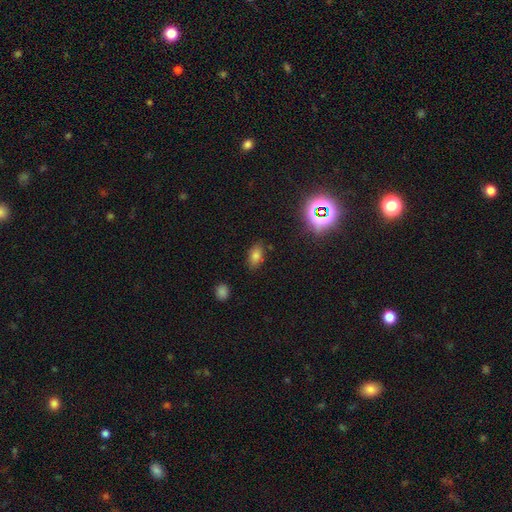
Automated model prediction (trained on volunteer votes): This appears to be a smooth galaxy with no disk features (75%) that is in between round and cigar-shaped (88%). Merging: none (83%).